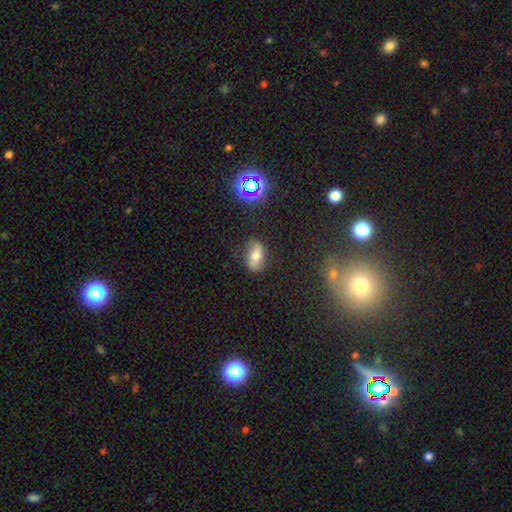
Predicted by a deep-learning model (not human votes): Overall: smooth (49%; featured or disk 35%). Merging: none (75%).